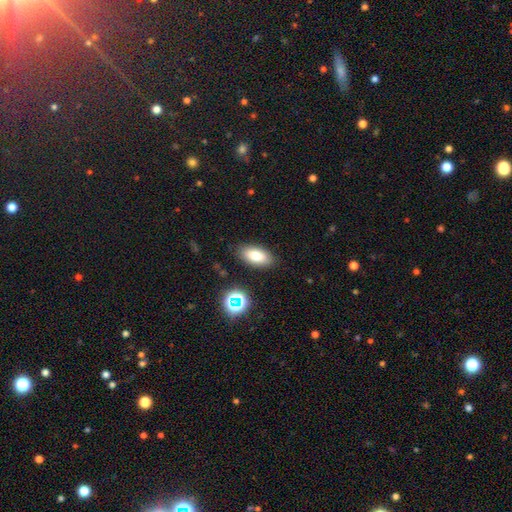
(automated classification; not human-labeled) Morphology: type=smooth (79%); roundness=in between (91%); merging=none (86%).